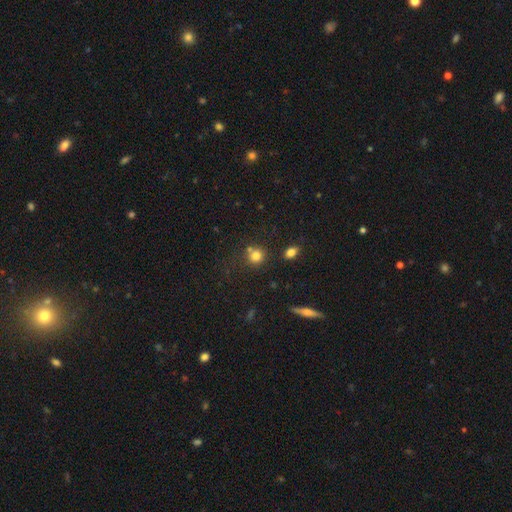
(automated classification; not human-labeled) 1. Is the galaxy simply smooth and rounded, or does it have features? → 78% smooth, 14% star or artifact, 9% featured or disk.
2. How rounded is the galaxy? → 85% round, 14% in between, 1% cigar-shaped.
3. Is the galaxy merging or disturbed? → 67% none, 19% merger, 11% minor disturbance, 4% major disturbance.